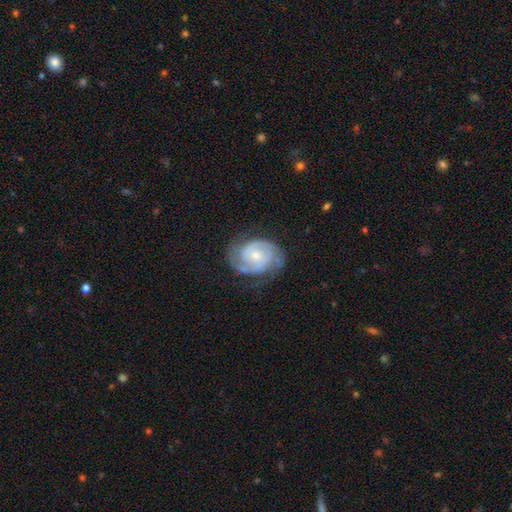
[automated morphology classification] This is clearly a featured or disk galaxy (83%). It is clearly not viewed edge-on (98%). Bar: likely no (60%). Spiral arm pattern: clearly yes (94%). Spiral arm count: likely 2 (71%). Spiral winding: possibly tight (49%). Central bulge: possibly small (57%). Merging: likely none (66%).